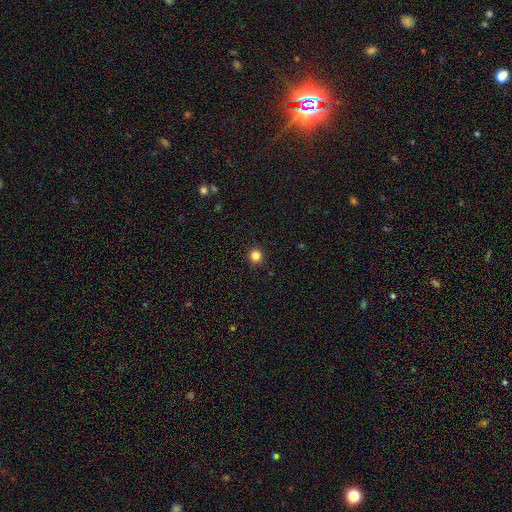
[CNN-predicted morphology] Overall: smooth (84%). How rounded: round (95%). Merging: none (93%).